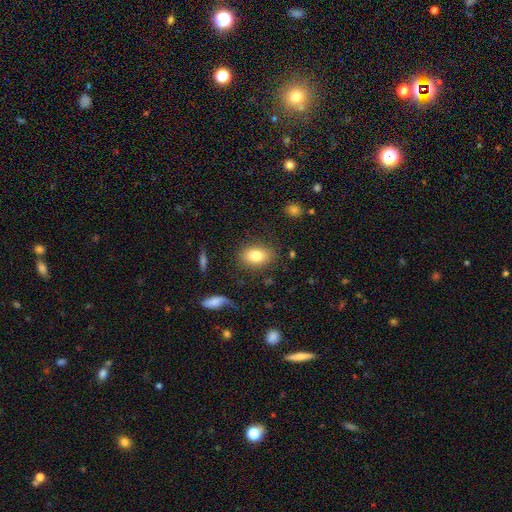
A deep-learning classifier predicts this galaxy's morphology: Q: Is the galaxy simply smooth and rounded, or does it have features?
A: smooth — 81%.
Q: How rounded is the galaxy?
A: in between — 79%.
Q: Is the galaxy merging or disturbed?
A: none — 82%.